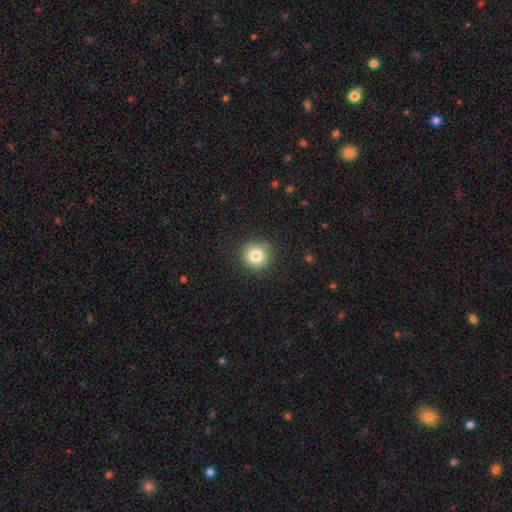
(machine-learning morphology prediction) The model was most divided on "smooth or featured": smooth: 82%, star or artifact: 11%, featured or disk: 7%. More confident: how rounded — round (94%); merging — none (90%).